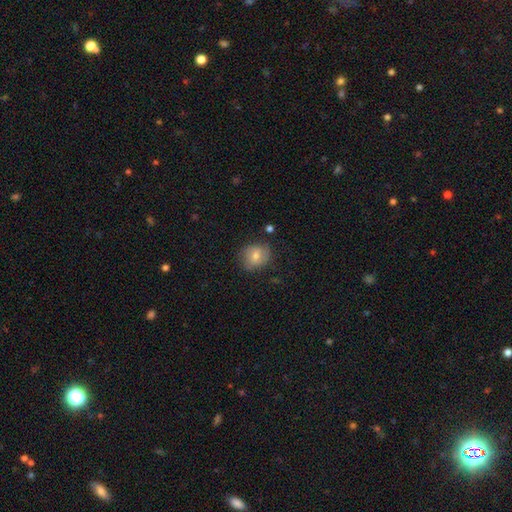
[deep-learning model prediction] Q: Smooth or featured?
A: smooth (57%); runner-up: featured or disk (31%)
Q: How rounded?
A: round (72%); runner-up: in between (27%)
Q: Merging?
A: none (75%); runner-up: minor disturbance (18%)